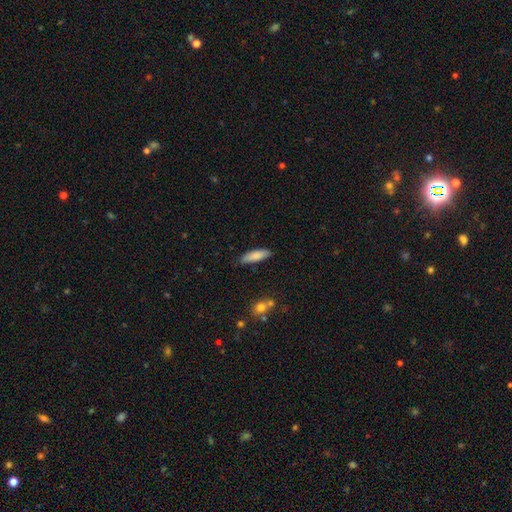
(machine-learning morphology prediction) Overall: smooth (84%). How rounded: cigar-shaped (50%; in between 48%). Merging: none (79%).